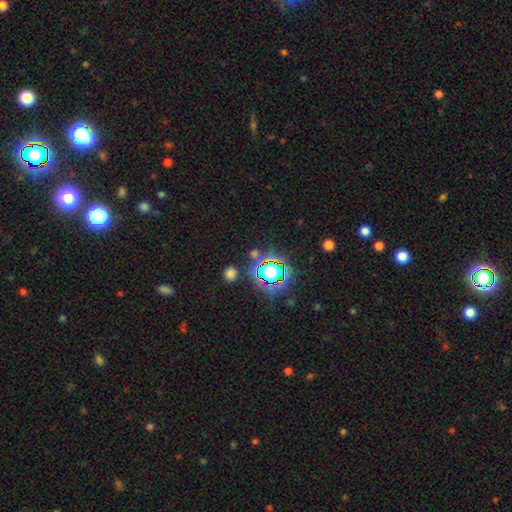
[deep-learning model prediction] Q: Smooth or featured?
A: star or artifact (69%); runner-up: smooth (22%)